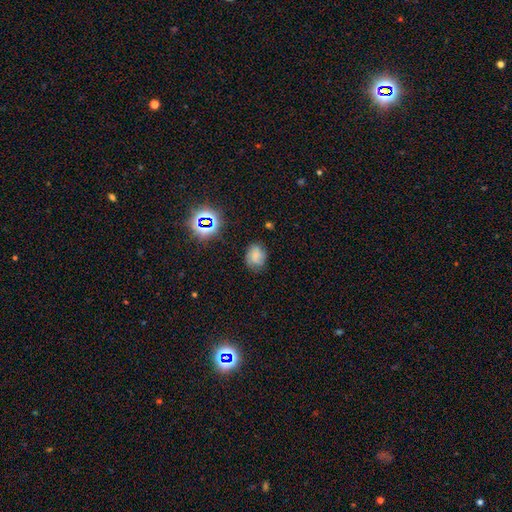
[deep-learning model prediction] Smooth or featured? smooth (61%)
How rounded? in between (51%)
Merging? none (69%)